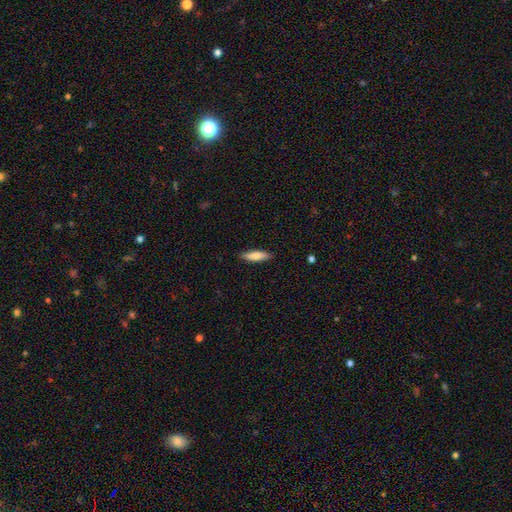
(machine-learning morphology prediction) This is likely a smooth galaxy (79%). How rounded: likely cigar-shaped (64%). Merging: clearly none (87%).